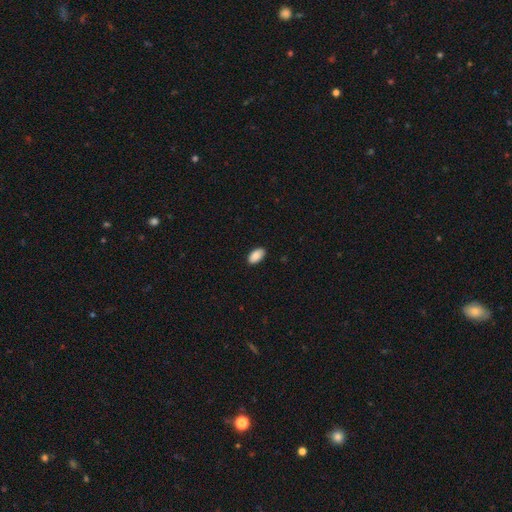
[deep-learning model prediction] smooth-or-featured: smooth: 90% | star or artifact: 7% | featured or disk: 4%
  how-rounded: in between: 95% | round: 3% | cigar-shaped: 2%
  merging: none: 88% | minor disturbance: 10% | major disturbance: 2% | merger: 1%